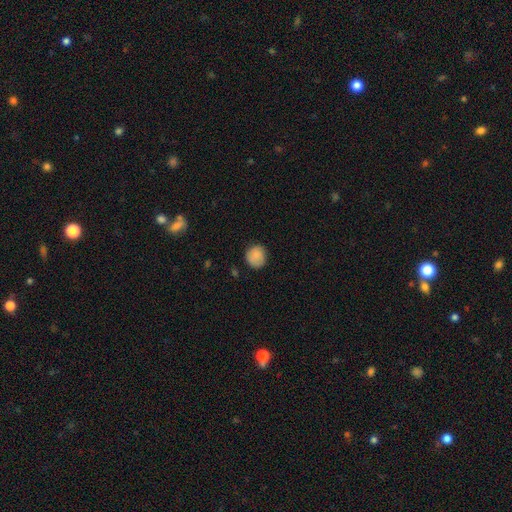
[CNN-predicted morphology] smooth-or-featured: smooth: 87% | star or artifact: 8% | featured or disk: 5%
  how-rounded: round: 89% | in between: 10% | cigar-shaped: 1%
  merging: none: 83% | minor disturbance: 13% | major disturbance: 3% | merger: 1%